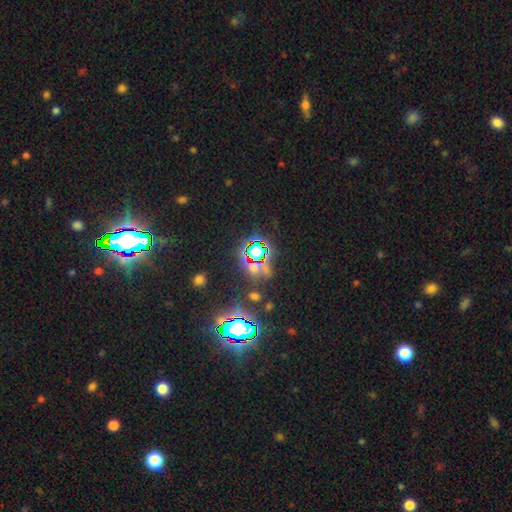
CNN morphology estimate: Q: Smooth or featured?
A: star or artifact (70%); runner-up: smooth (19%)